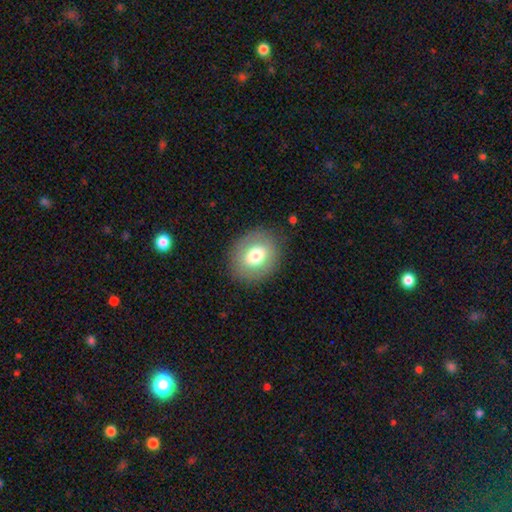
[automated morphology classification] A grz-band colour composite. It shows a smooth galaxy with no disk features (72%) that is round (64%). Merging: none (85%).